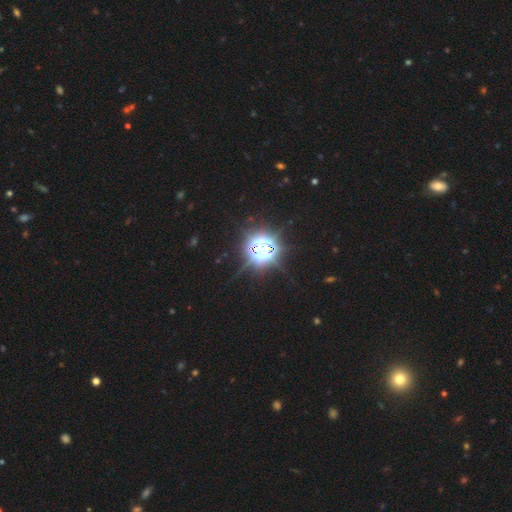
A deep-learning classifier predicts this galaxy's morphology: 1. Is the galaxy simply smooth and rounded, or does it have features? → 77% star or artifact, 13% smooth, 10% featured or disk.